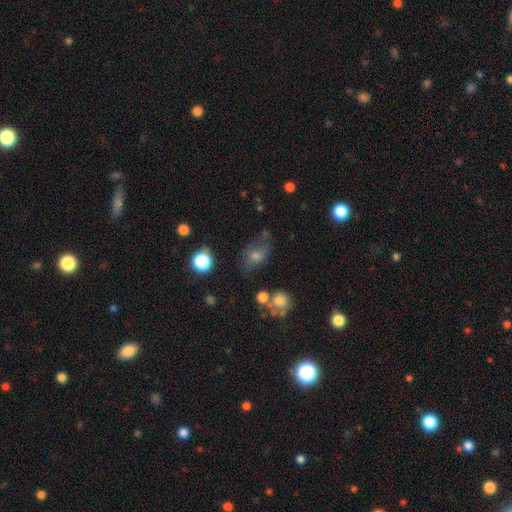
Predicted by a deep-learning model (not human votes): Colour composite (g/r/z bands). It shows a smooth galaxy with no disk features (60%) that is in between round and cigar-shaped (68%). Merging: none (51%).